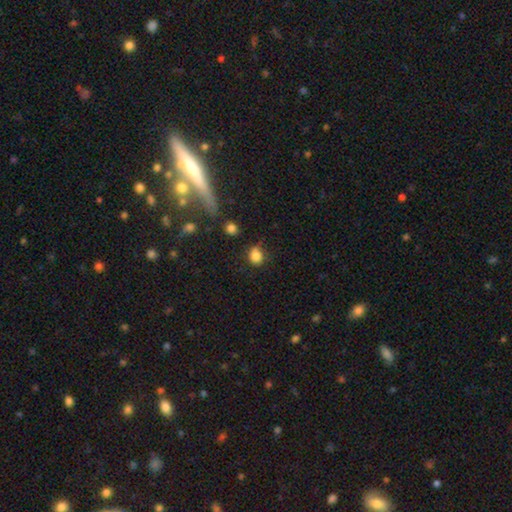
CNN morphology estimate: type=smooth (84%); roundness=round (62%); merging=none (69%).